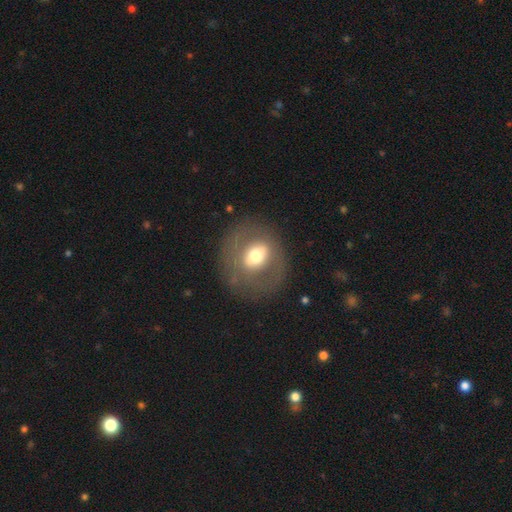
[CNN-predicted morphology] smooth-or-featured: smooth: 47% | featured or disk: 45% | star or artifact: 8%
  merging: none: 76% | minor disturbance: 13% | major disturbance: 10% | merger: 1%